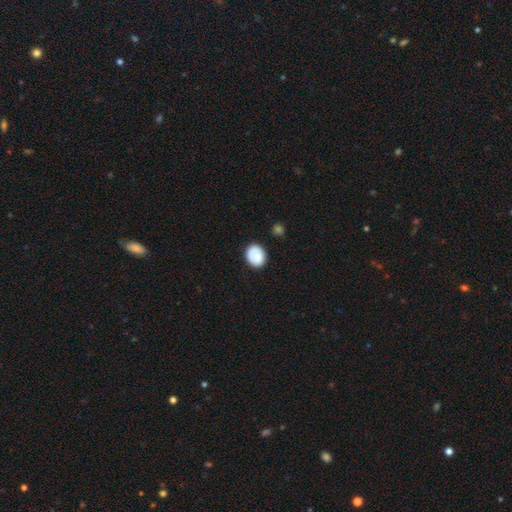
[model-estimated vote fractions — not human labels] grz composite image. It shows a smooth galaxy with no disk features (73%) that is round (63%). Merging: none (76%).